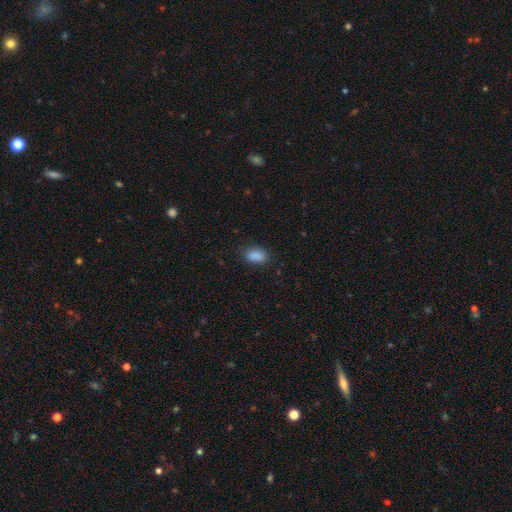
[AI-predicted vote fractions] Q: Smooth or featured?
A: smooth (89%); runner-up: star or artifact (8%)
Q: How rounded?
A: in between (91%); runner-up: round (6%)
Q: Merging?
A: none (83%); runner-up: minor disturbance (13%)